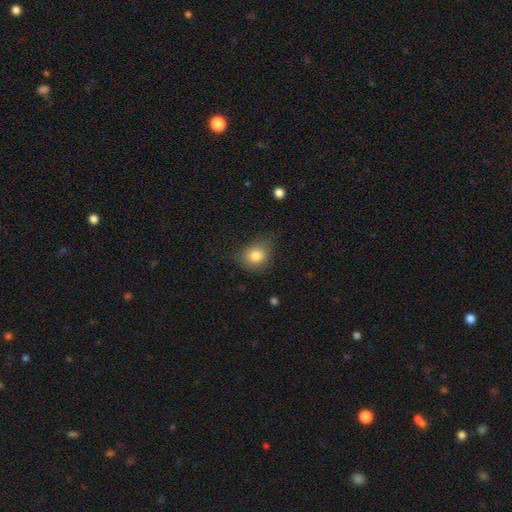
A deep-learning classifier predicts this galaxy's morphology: The model was most divided on "how rounded": round: 62%, in between: 37%, cigar-shaped: 1%. More confident: smooth or featured — smooth (80%); merging — none (68%).